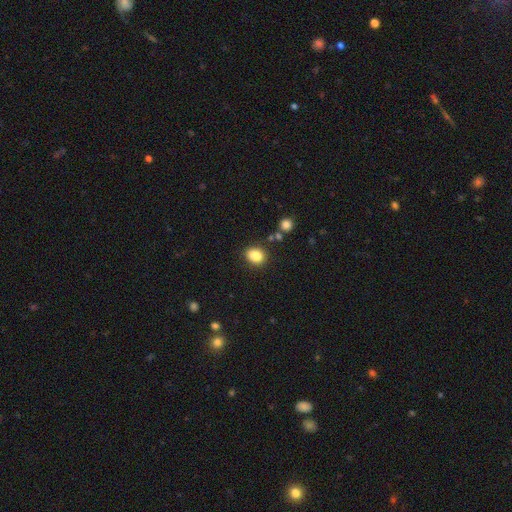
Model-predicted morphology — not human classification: The model was most divided on "how rounded": round: 51%, in between: 48%, cigar-shaped: 1%. More confident: smooth or featured — smooth (86%); merging — none (83%).